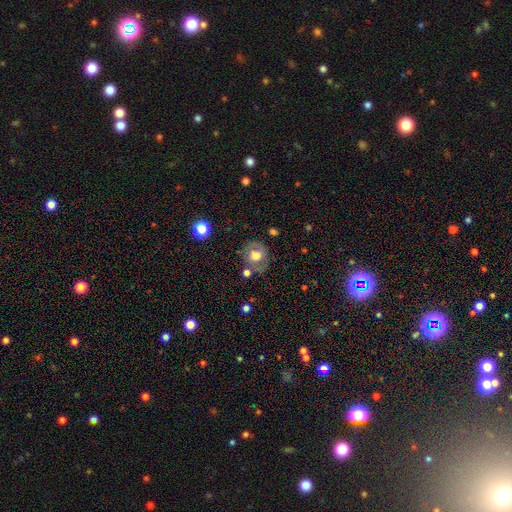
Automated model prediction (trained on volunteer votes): This appears to be a smooth galaxy with no disk features (52%) that is round (74%). Merging: none (65%).